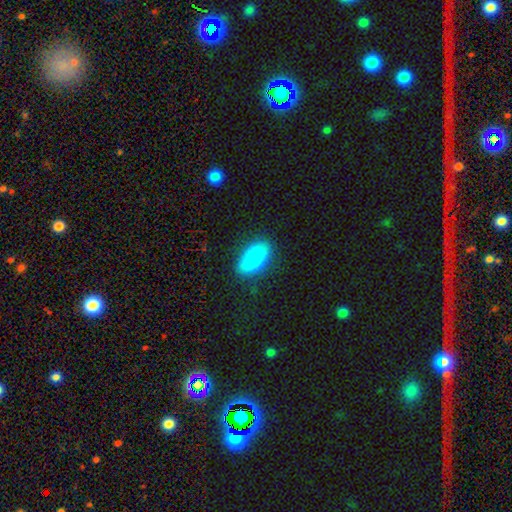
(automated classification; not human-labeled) Smooth or featured? smooth (87%)
How rounded? in between (90%)
Merging? none (82%)